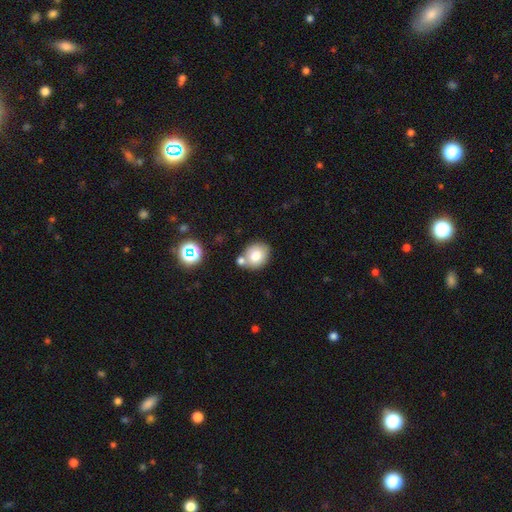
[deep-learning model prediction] Overall: smooth (76%). How rounded: round (60%; in between 39%). Merging: none (62%; merger 22%).